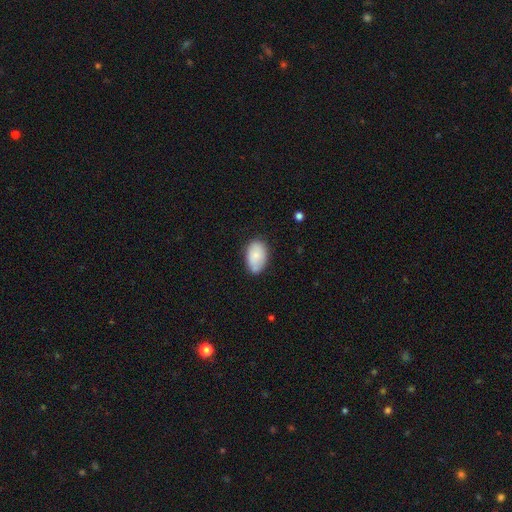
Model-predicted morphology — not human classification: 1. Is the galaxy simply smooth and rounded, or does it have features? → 81% smooth, 13% featured or disk, 7% star or artifact.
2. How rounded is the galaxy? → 92% in between, 7% round, 1% cigar-shaped.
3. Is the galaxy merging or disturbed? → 69% none, 23% minor disturbance, 4% major disturbance, 3% merger.